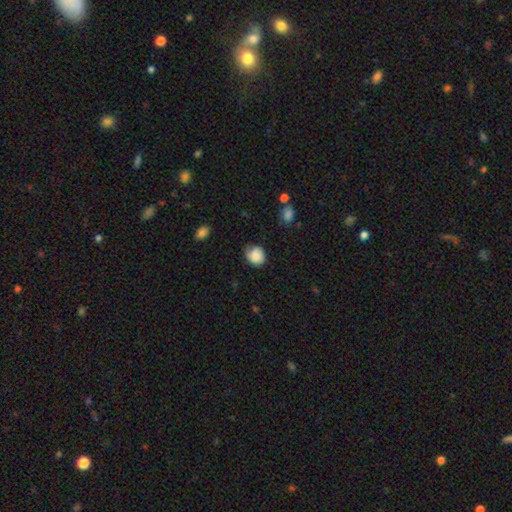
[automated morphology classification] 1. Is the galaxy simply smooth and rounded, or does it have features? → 87% smooth, 8% star or artifact, 5% featured or disk.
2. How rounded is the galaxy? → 72% round, 27% in between, 1% cigar-shaped.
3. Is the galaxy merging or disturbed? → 71% none, 23% minor disturbance, 5% major disturbance, 2% merger.